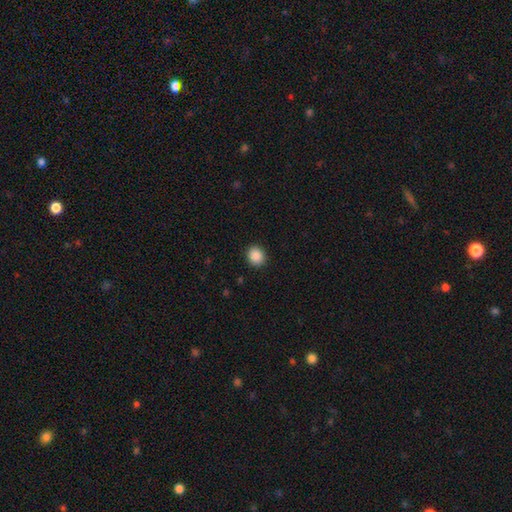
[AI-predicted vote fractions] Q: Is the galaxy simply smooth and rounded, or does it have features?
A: smooth — 88%.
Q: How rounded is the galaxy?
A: round — 80%.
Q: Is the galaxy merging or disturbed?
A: none — 92%.